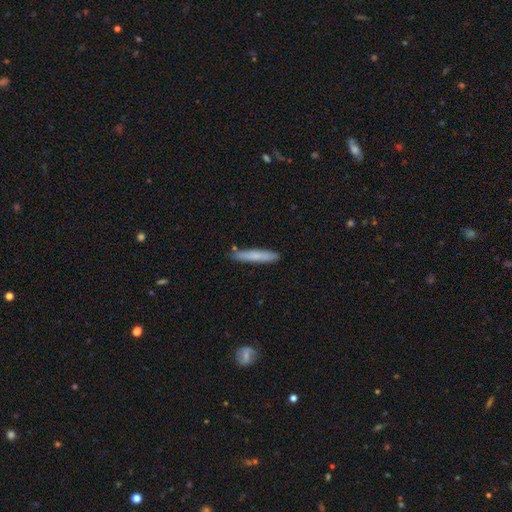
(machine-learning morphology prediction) A smooth galaxy with no disk features (75%) that is cigar-shaped (92%). Merging: none (86%).